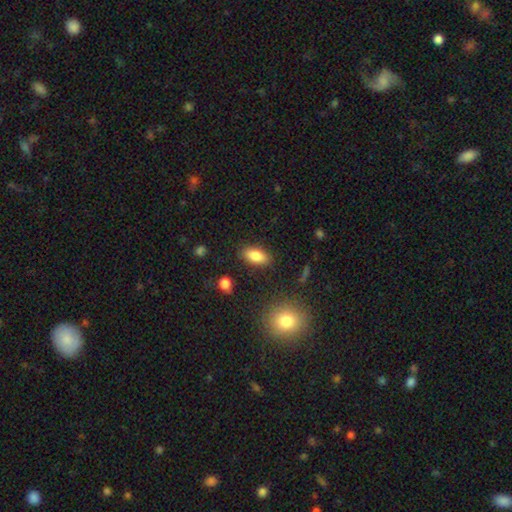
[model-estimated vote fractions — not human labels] This is clearly a smooth galaxy (84%). How rounded: clearly in between (90%). Merging: clearly none (86%).